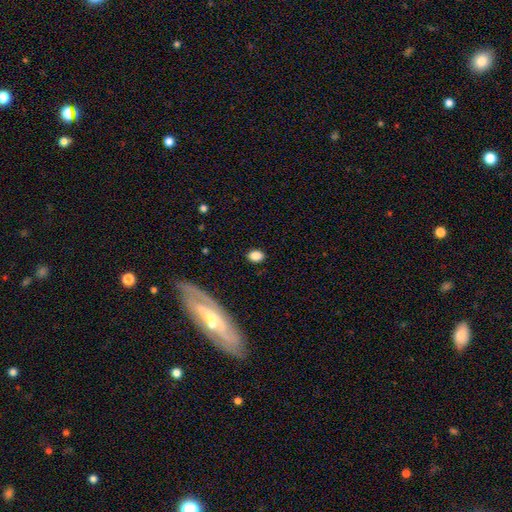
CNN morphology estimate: This is clearly a smooth galaxy (84%). How rounded: likely in between (76%). Merging: clearly none (86%).